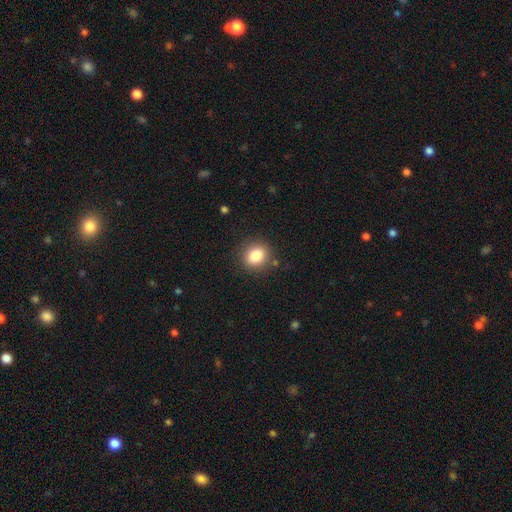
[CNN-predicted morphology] Q: Smooth or featured?
A: smooth (83%); runner-up: star or artifact (10%)
Q: How rounded?
A: round (64%); runner-up: in between (35%)
Q: Merging?
A: none (87%); runner-up: minor disturbance (9%)